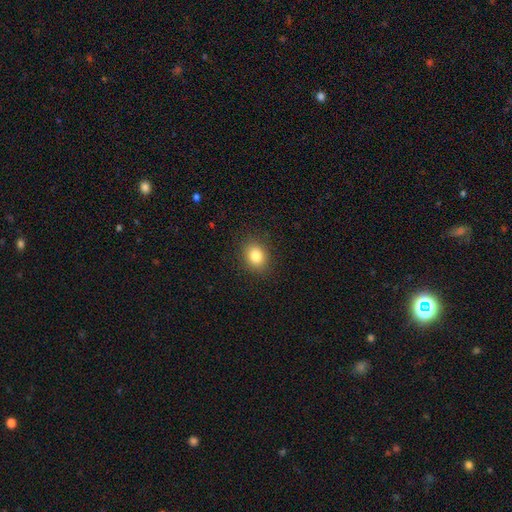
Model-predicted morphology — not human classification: Smooth or featured: smooth — 83% (star or artifact — 11%)
How rounded: round — 54% (in between — 45%)
Merging: none — 88% (minor disturbance — 8%)